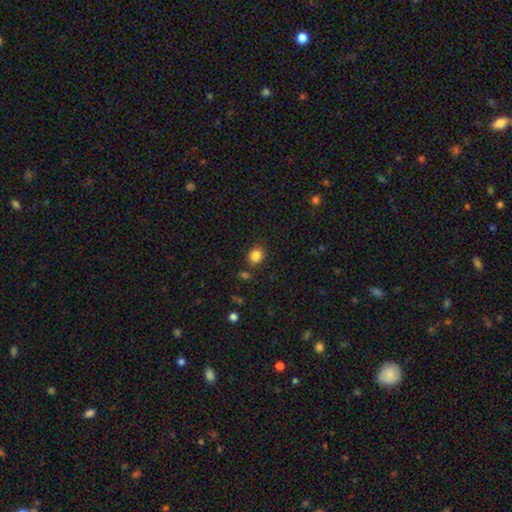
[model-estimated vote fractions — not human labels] A smooth galaxy with no disk features (85%) that is round (64%).

Vote fractions:
- Smooth or featured? smooth: 85% / star or artifact: 11% / featured or disk: 5%
- How rounded? round: 64% / in between: 35% / cigar-shaped: 1%
- Merging? none: 82% / minor disturbance: 10% / merger: 5% / major disturbance: 3%